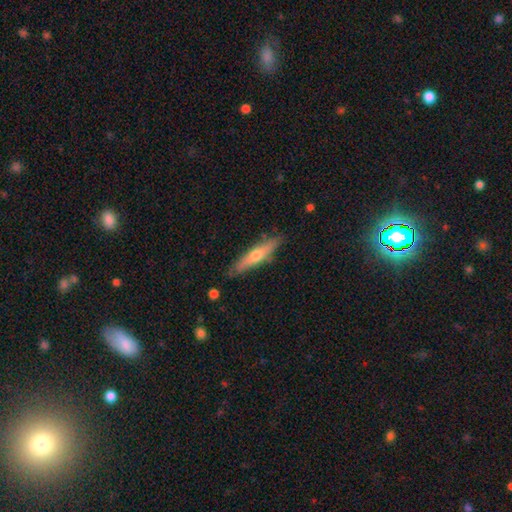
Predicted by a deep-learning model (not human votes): Morphology: type=featured or disk (55%); edge-on=yes (90%); merging=none (87%).